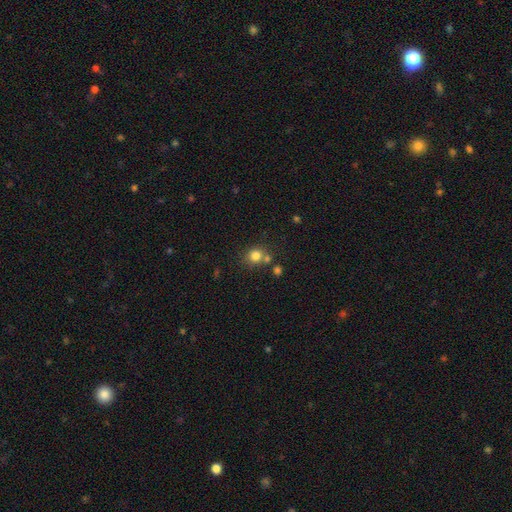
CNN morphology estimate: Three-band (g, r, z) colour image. It shows a smooth galaxy with no disk features (80%) that is round (81%). Merging: none (63%).